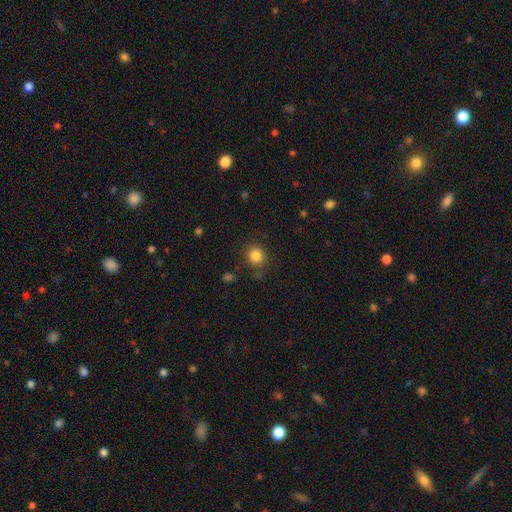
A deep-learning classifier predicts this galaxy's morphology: type=smooth (83%); roundness=round (89%); merging=none (83%).